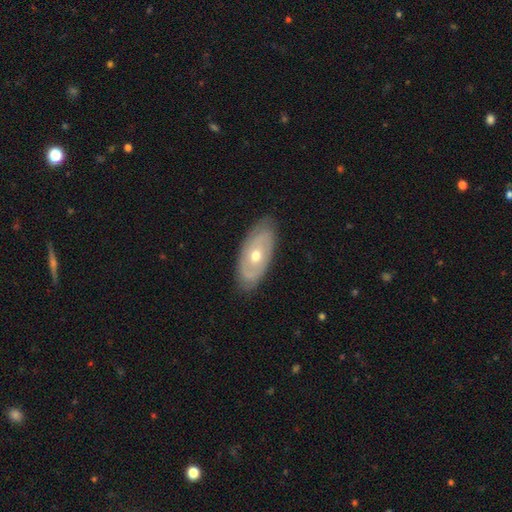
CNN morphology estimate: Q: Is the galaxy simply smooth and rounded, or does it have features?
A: featured or disk — 63%.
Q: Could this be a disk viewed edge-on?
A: no — 86%.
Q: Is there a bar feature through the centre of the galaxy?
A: no — 83%.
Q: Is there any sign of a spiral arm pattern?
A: yes — 53%.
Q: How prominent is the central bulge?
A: moderate — 71%.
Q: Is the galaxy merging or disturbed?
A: none — 80%.